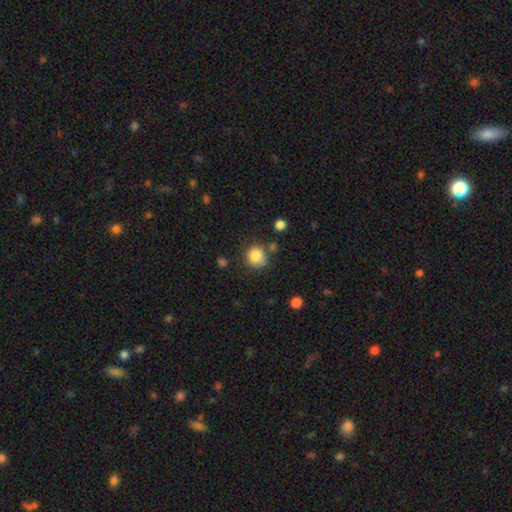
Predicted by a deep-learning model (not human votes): Overall: smooth (85%). How rounded: round (85%). Merging: none (72%).